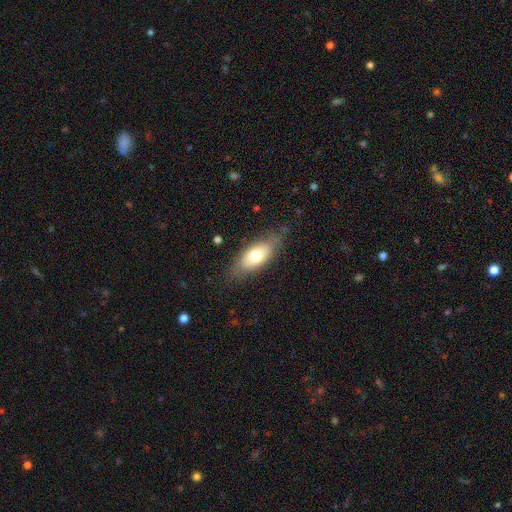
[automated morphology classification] type=smooth (69%); roundness=in between (84%); merging=none (74%).